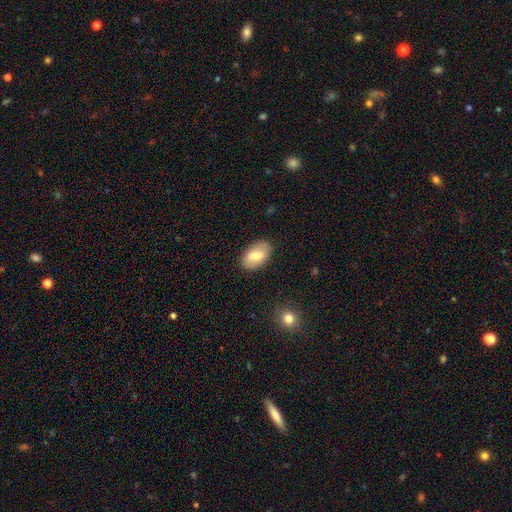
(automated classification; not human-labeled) smooth 70%, featured or disk 24%, star or artifact 7%. Down the decision tree: how rounded — in between (92%); merging — none (85%).